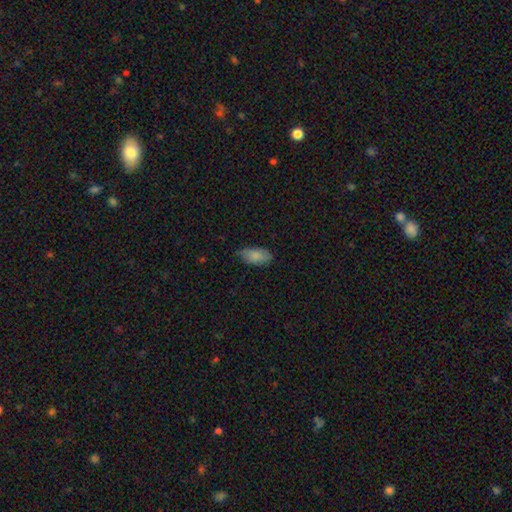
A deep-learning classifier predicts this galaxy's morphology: Smooth or featured? smooth (83%)
How rounded? in between (93%)
Merging? none (70%)